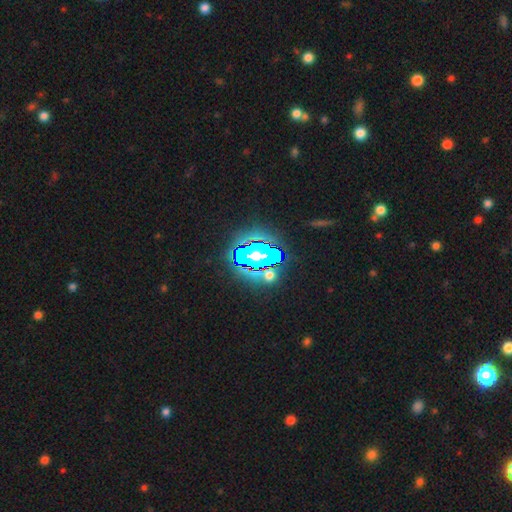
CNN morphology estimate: star or artifact 55%, featured or disk 23%, smooth 21%.